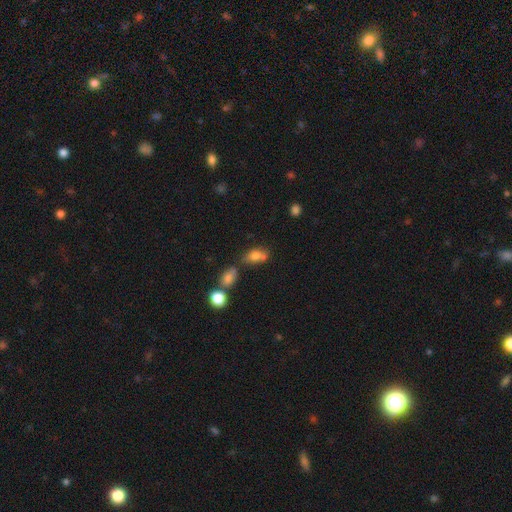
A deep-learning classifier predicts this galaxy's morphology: This is likely a smooth galaxy (72%). How rounded: likely in between (77%). Merging: marginally none (39%).